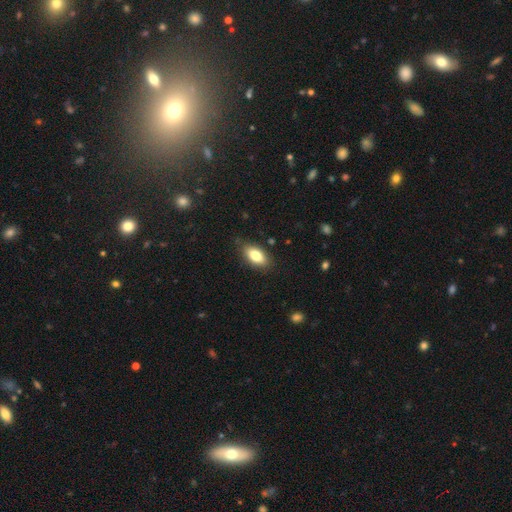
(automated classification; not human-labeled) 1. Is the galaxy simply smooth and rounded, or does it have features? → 80% smooth, 13% featured or disk, 7% star or artifact.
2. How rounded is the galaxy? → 91% in between, 5% cigar-shaped, 4% round.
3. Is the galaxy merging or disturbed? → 83% none, 13% minor disturbance, 3% major disturbance, 1% merger.